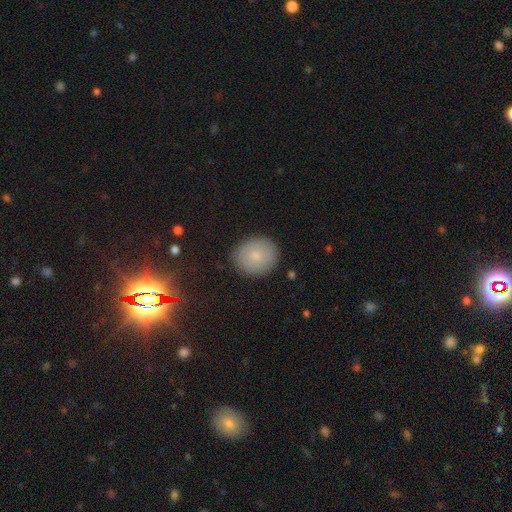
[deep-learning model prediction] Morphology: type=smooth (78%); roundness=round (78%); merging=none (87%).